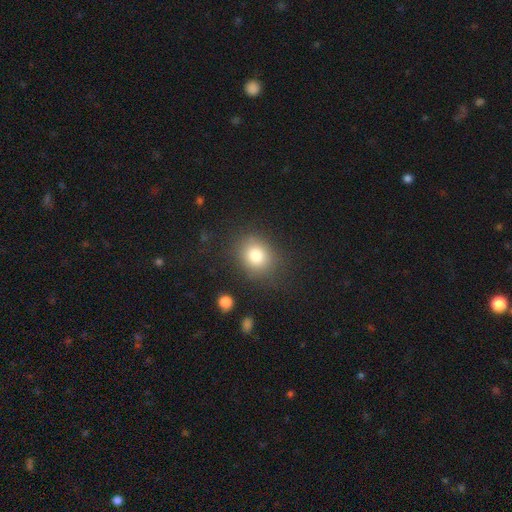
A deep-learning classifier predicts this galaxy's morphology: smooth_or_featured: smooth (p=0.80) [alt: star or artifact p=0.12]
how_rounded: round (p=0.70) [alt: in between p=0.29]
merging: none (p=0.81) [alt: minor disturbance p=0.11]